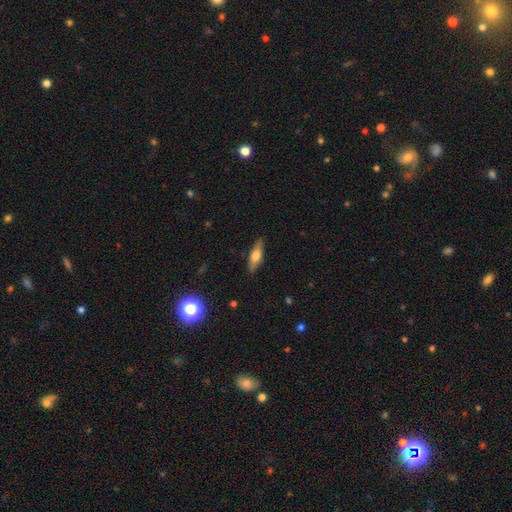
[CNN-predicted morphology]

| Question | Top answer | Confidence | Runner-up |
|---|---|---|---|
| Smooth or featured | smooth | 54% | featured or disk (39%) |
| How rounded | cigar-shaped | 58% | in between (40%) |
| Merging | none | 88% | minor disturbance (9%) |